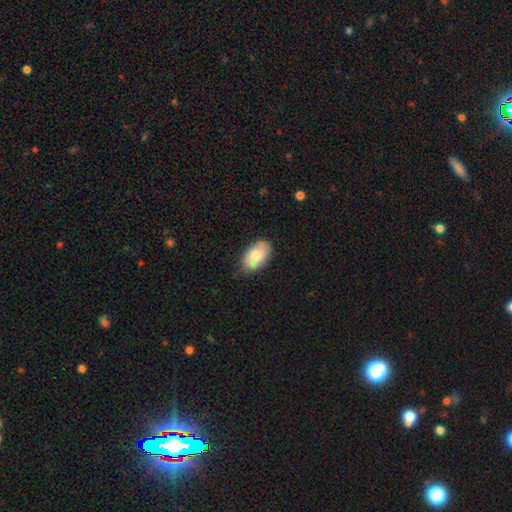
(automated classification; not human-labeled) The model was most divided on "merging": none: 79%, minor disturbance: 17%, major disturbance: 3%, merger: 1%. More confident: how rounded — in between (93%); smooth or featured — smooth (78%).